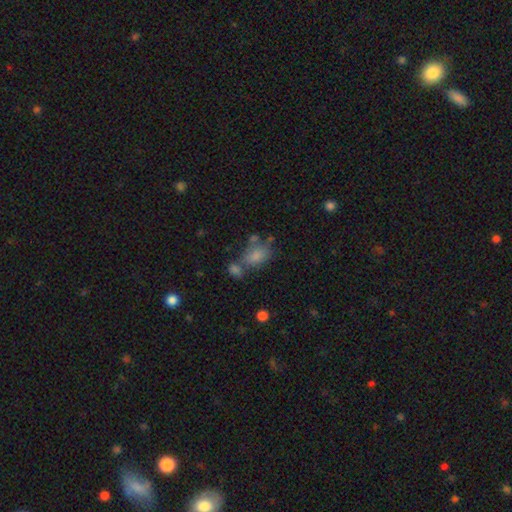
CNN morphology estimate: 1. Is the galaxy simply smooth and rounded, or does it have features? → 77% smooth, 12% featured or disk, 11% star or artifact.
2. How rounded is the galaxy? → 82% in between, 16% round, 2% cigar-shaped.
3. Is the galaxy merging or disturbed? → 42% none, 32% merger, 17% minor disturbance, 10% major disturbance.